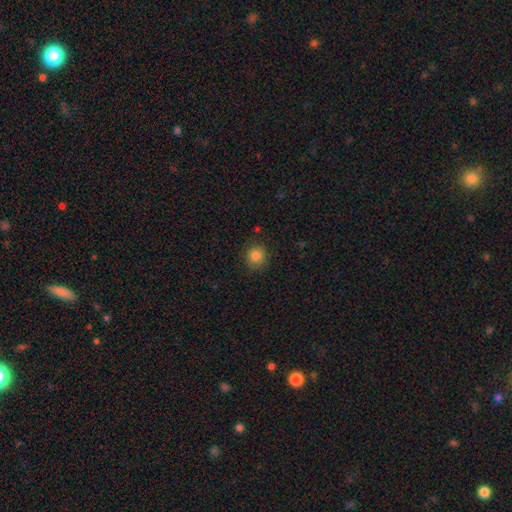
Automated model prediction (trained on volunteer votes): A smooth galaxy with no disk features (84%) that is round (88%).

Vote fractions:
- Smooth or featured? smooth: 84% / star or artifact: 11% / featured or disk: 5%
- How rounded? round: 88% / in between: 11% / cigar-shaped: 1%
- Merging? none: 87% / minor disturbance: 9% / major disturbance: 3% / merger: 1%